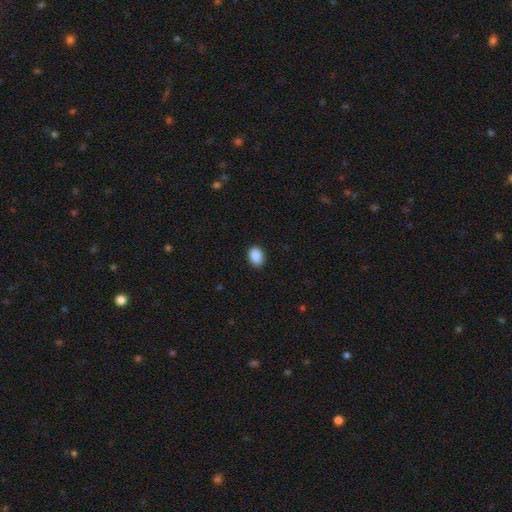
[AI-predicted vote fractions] smooth-or-featured: smooth: 90% | star or artifact: 7% | featured or disk: 2%
  how-rounded: in between: 80% | round: 19% | cigar-shaped: 1%
  merging: none: 89% | minor disturbance: 8% | major disturbance: 2% | merger: 1%